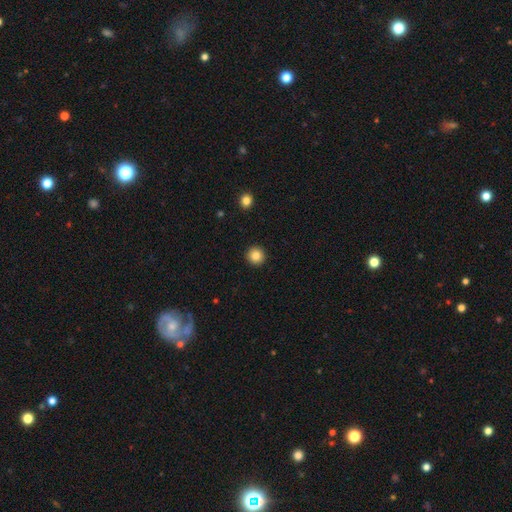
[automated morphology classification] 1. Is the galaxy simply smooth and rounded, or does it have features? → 85% smooth, 10% star or artifact, 5% featured or disk.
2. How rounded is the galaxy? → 95% round, 4% in between, 1% cigar-shaped.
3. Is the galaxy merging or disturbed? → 93% none, 4% minor disturbance, 1% major disturbance, 1% merger.